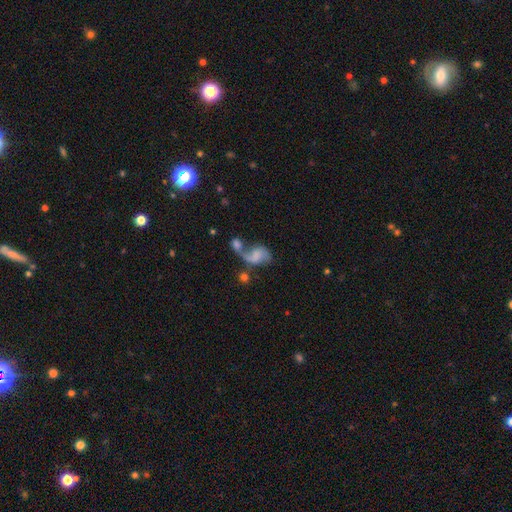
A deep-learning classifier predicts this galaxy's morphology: featured or disk 54%, smooth 36%, star or artifact 11%. Down the decision tree: edge-on disk — no (97%); bar — no (61%); spiral arms — yes (76%); bulge size — none (56%); merging — merger (44%).